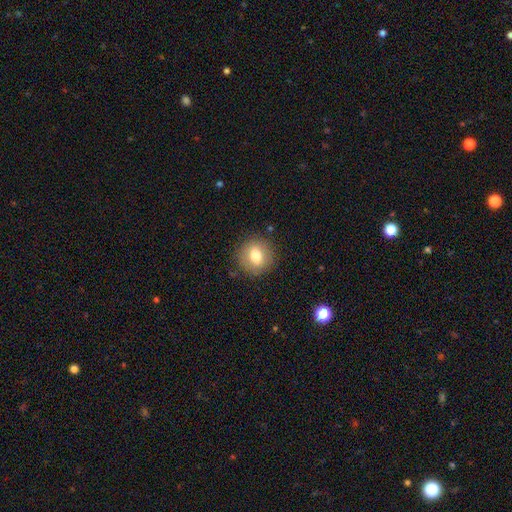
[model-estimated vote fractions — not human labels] Q: Smooth or featured?
A: smooth (75%); runner-up: featured or disk (15%)
Q: How rounded?
A: round (84%); runner-up: in between (15%)
Q: Merging?
A: none (86%); runner-up: minor disturbance (9%)